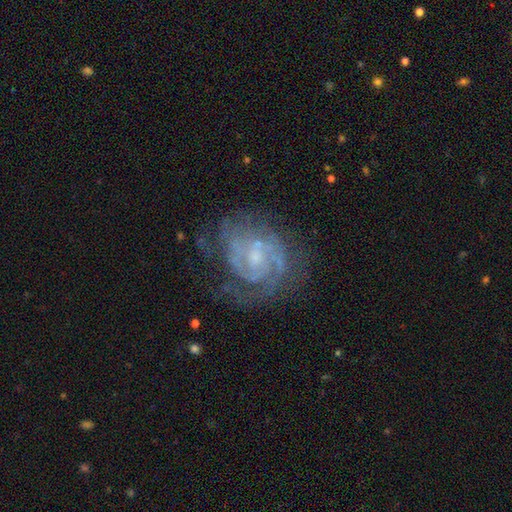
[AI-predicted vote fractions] Q: Smooth or featured?
A: featured or disk (86%); runner-up: smooth (7%)
Q: Edge-on disk?
A: no (98%); runner-up: yes (2%)
Q: Bar?
A: weak (46%); tied with: no (46%)
Q: Spiral arms?
A: yes (94%); runner-up: no (6%)
Q: Spiral winding?
A: tight (61%); runner-up: medium (32%)
Q: Spiral arm count?
A: 2 (40%); runner-up: can't tell (28%)
Q: Bulge size?
A: small (57%); runner-up: moderate (28%)
Q: Merging?
A: none (65%); runner-up: minor disturbance (20%)